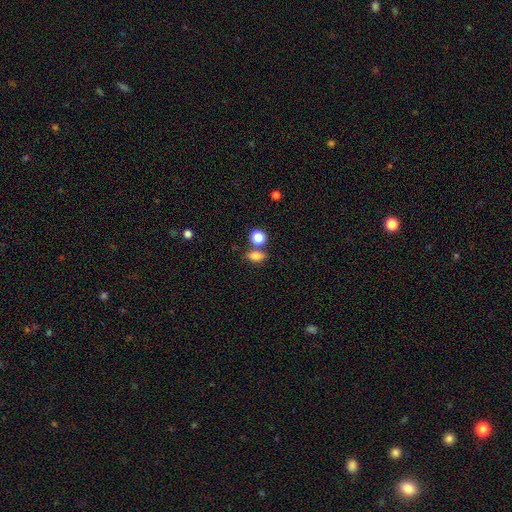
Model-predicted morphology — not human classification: smooth 78%, star or artifact 12%, featured or disk 10%. Down the decision tree: how rounded — in between (72%); merging — none (63%).